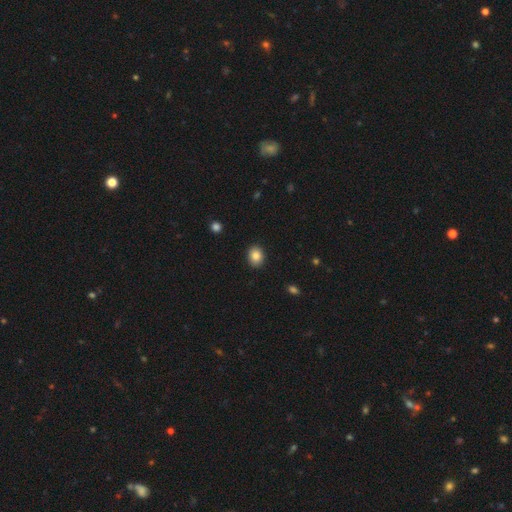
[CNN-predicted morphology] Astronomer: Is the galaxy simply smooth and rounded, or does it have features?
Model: smooth — 85%.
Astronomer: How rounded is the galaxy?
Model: round — 55% (runner-up: in between, 44%).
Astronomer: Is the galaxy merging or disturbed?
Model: none — 90%.